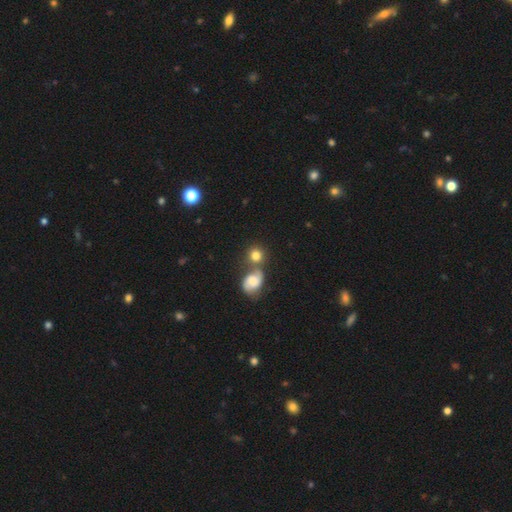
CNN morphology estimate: smooth-or-featured: smooth: 71% | featured or disk: 20% | star or artifact: 9%
  how-rounded: round: 82% | in between: 17% | cigar-shaped: 1%
  merging: none: 50% | merger: 35% | minor disturbance: 10% | major disturbance: 4%